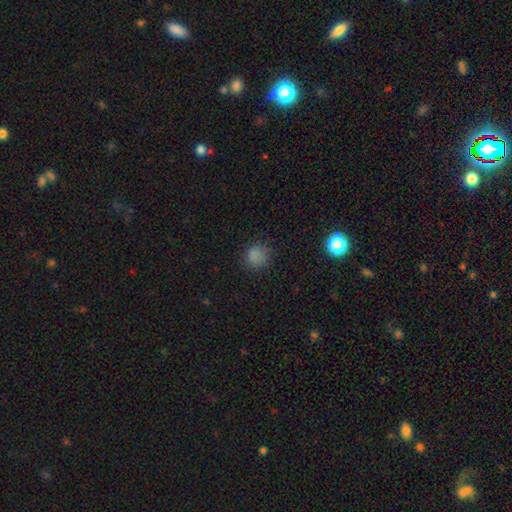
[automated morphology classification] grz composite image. It shows a smooth galaxy with no disk features (76%) that is round (84%). Merging: none (75%).